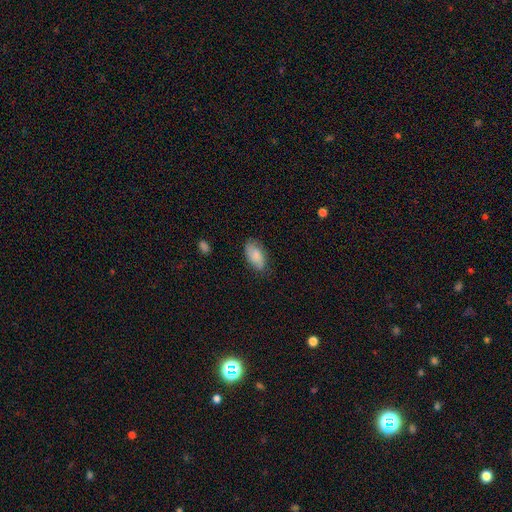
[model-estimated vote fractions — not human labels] Smooth or featured? smooth (71%)
How rounded? in between (93%)
Merging? none (71%)